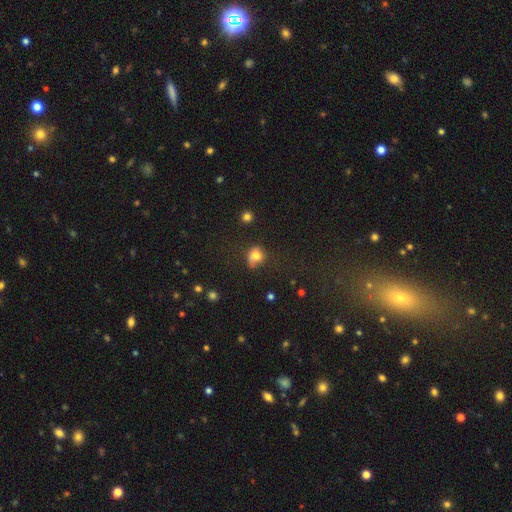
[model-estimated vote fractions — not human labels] smooth 72%, featured or disk 15%, star or artifact 13%. Down the decision tree: how rounded — round (60%); merging — none (43%).